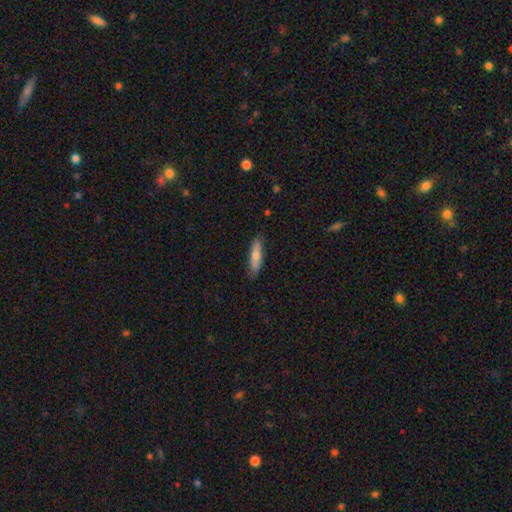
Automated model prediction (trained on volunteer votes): Smooth or featured?
  - smooth: 74% *
  - featured or disk: 20%
  - star or artifact: 6%
How rounded?
  - cigar-shaped: 72% *
  - in between: 26%
  - round: 2%
Merging?
  - none: 84% *
  - minor disturbance: 13%
  - major disturbance: 2%
  - merger: 1%